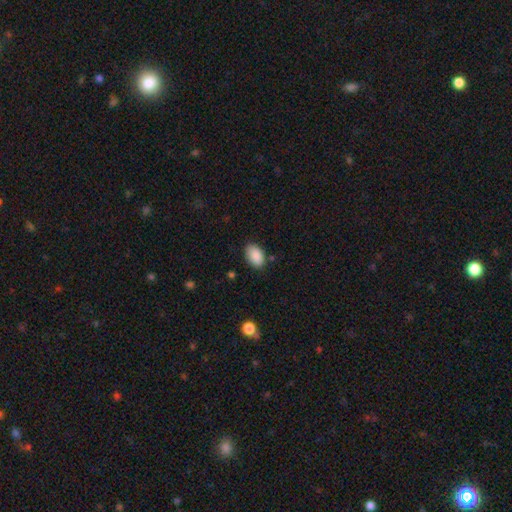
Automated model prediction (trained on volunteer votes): This appears to be a smooth galaxy with no disk features (89%) that is in between round and cigar-shaped (91%). Merging: none (82%).